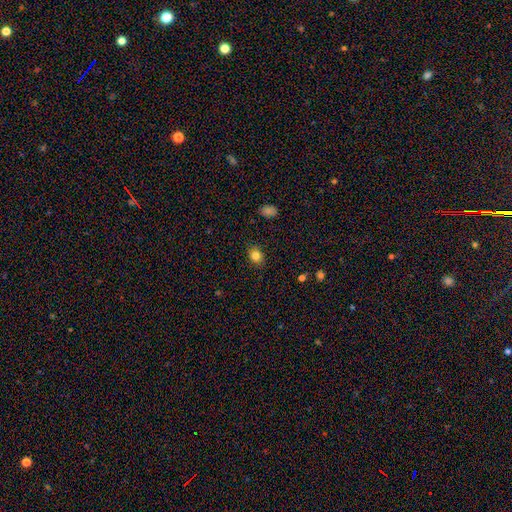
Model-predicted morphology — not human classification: This appears to be a smooth galaxy with no disk features (82%) that is round (56%). Merging: none (87%).